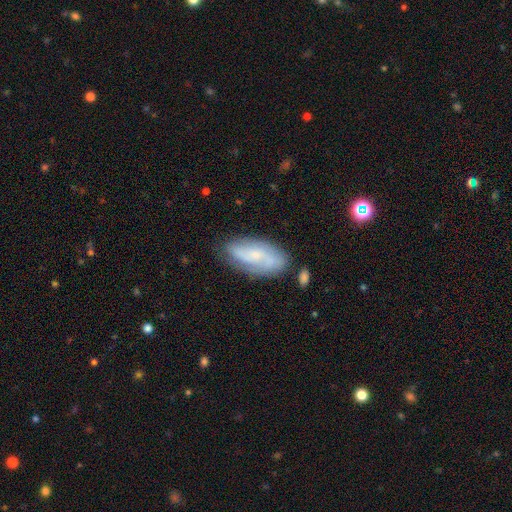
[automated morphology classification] smooth-or-featured: featured or disk: 56% | smooth: 36% | star or artifact: 8%
  disk-edge-on: no: 90% | yes: 10%
    bar: no: 58% | weak: 33% | strong: 9%
    has-spiral-arms: yes: 82% | no: 18%
    bulge-size: small: 63% | moderate: 22% | none: 11% | large: 2% | dominant: 1%
  merging: none: 68% | minor disturbance: 21% | major disturbance: 6% | merger: 5%